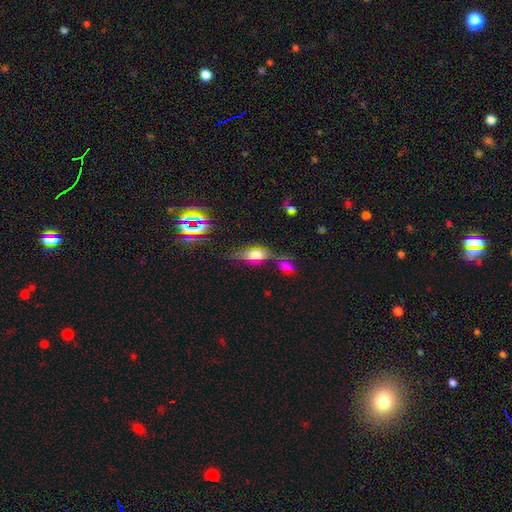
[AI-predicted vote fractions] A smooth galaxy with no disk features (54%) that is in between round and cigar-shaped (76%). Merging: none (52%).